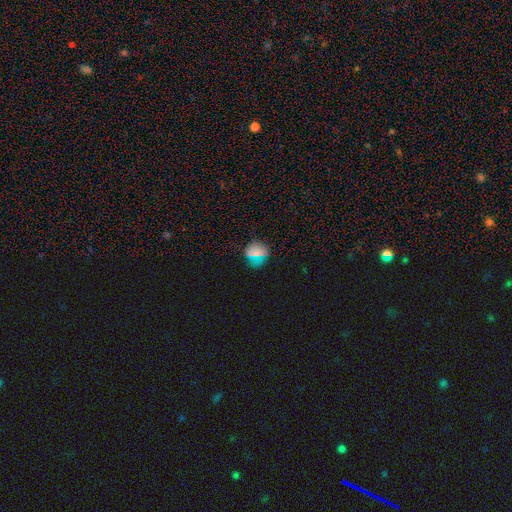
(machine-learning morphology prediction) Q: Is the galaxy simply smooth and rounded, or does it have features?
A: smooth — 65%.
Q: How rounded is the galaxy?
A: round — 78%.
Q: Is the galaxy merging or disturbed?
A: none — 79%.